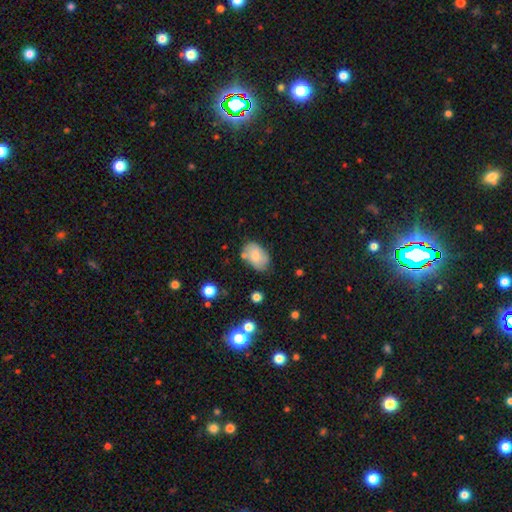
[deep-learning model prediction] smooth 70%, featured or disk 22%, star or artifact 8%. Down the decision tree: how rounded — in between (86%); merging — none (68%).